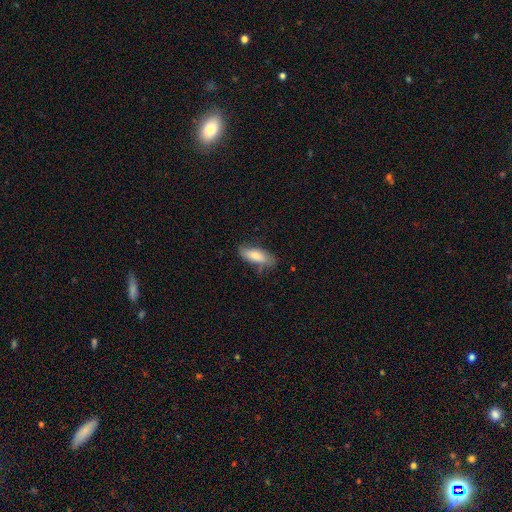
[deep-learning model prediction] Morphology: type=smooth (76%); roundness=in between (69%); merging=none (69%).